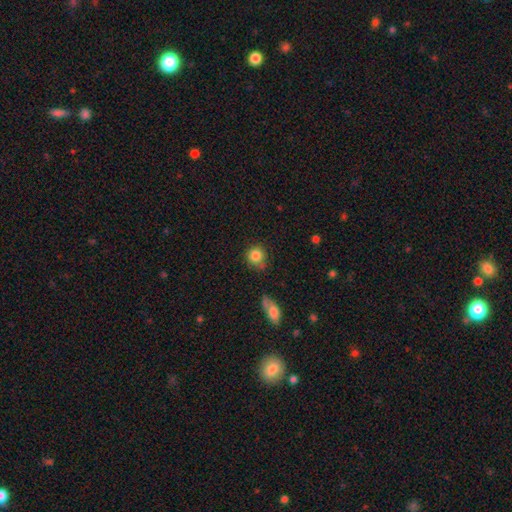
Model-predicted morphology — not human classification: Q: Smooth or featured?
A: smooth (84%); runner-up: star or artifact (9%)
Q: How rounded?
A: round (88%); runner-up: in between (11%)
Q: Merging?
A: none (72%); runner-up: minor disturbance (18%)